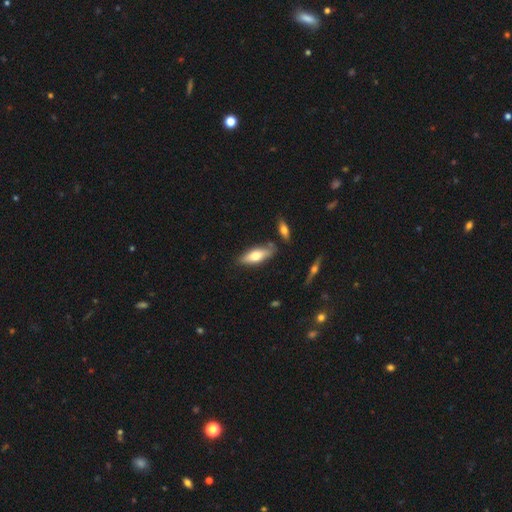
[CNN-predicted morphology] Smooth or featured?
  - smooth: 62% *
  - featured or disk: 32%
  - star or artifact: 6%
How rounded?
  - in between: 57% *
  - cigar-shaped: 41%
  - round: 2%
Merging?
  - none: 75% *
  - minor disturbance: 14%
  - merger: 8%
  - major disturbance: 3%